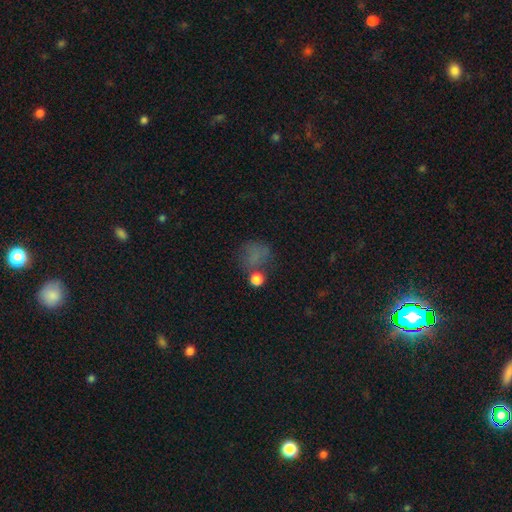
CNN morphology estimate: This appears to be a smooth galaxy with no disk features (62%) that is round (74%). Merging: none (50%).